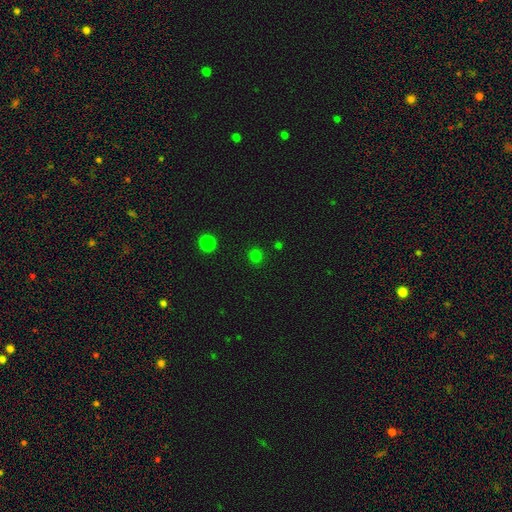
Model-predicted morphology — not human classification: Smooth or featured: smooth — 76% (star or artifact — 20%)
How rounded: round — 87% (in between — 12%)
Merging: none — 89% (minor disturbance — 6%)